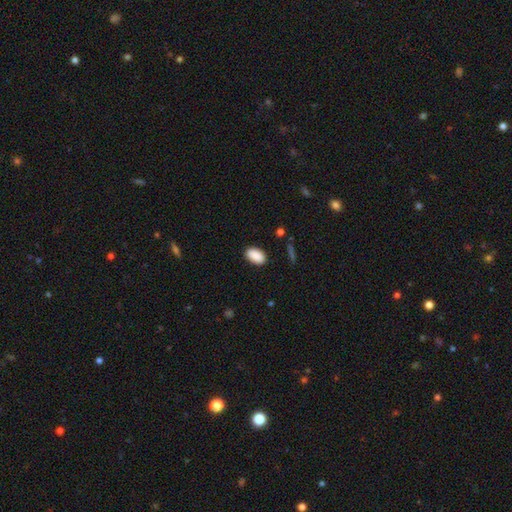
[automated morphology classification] type=smooth (90%); roundness=in between (93%); merging=none (88%).